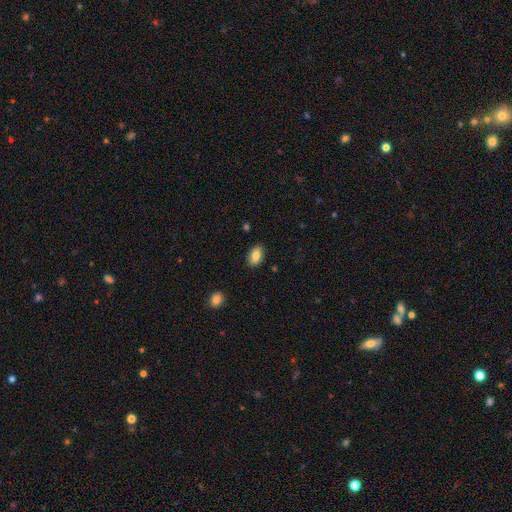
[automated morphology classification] Smooth or featured: smooth — 85% (featured or disk — 8%)
How rounded: in between — 91% (round — 7%)
Merging: none — 88% (minor disturbance — 9%)